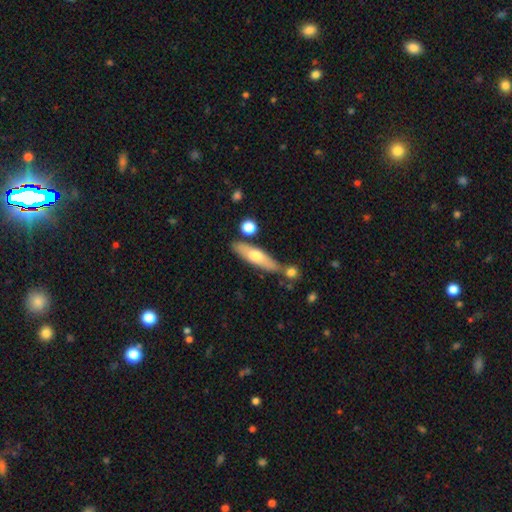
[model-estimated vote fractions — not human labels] Smooth or featured?
  - smooth: 53% *
  - featured or disk: 41%
  - star or artifact: 6%
How rounded?
  - cigar-shaped: 71% *
  - in between: 27%
  - round: 2%
Merging?
  - none: 73% *
  - minor disturbance: 13%
  - merger: 11%
  - major disturbance: 3%